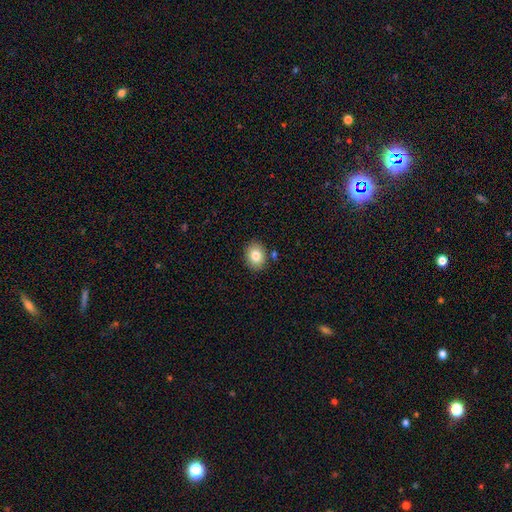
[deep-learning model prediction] Smooth or featured: smooth — 81% (featured or disk — 10%)
How rounded: in between — 57% (round — 42%)
Merging: none — 85% (minor disturbance — 9%)